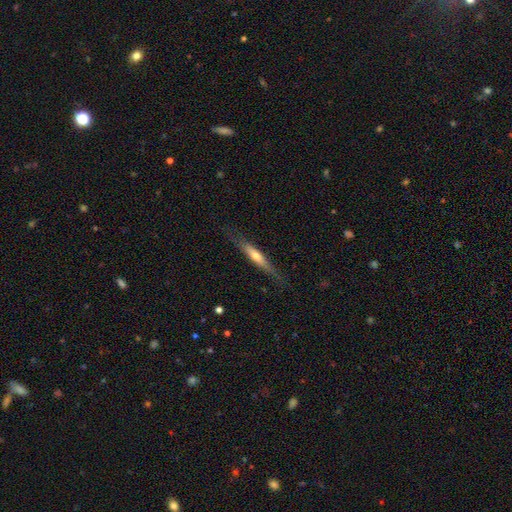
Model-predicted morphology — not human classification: A featured or disk galaxy (53%) viewed edge-on (90%).

Vote fractions:
- Smooth or featured? featured or disk: 53% / smooth: 41% / star or artifact: 6%
- Edge-on disk? yes: 90% / no: 10%
- Merging? none: 78% / minor disturbance: 16% / major disturbance: 5% / merger: 1%